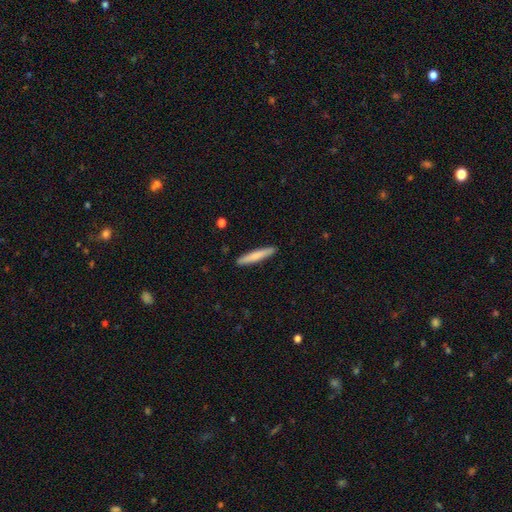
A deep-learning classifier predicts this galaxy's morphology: smooth 72%, featured or disk 23%, star or artifact 5%. Down the decision tree: how rounded — cigar-shaped (95%); merging — none (91%).